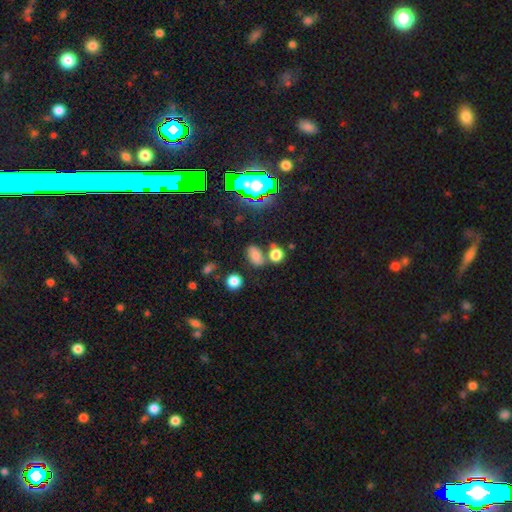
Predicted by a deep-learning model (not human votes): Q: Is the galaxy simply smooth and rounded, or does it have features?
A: smooth — 69%.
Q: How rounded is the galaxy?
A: in between — 75%.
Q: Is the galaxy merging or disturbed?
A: none — 64%.